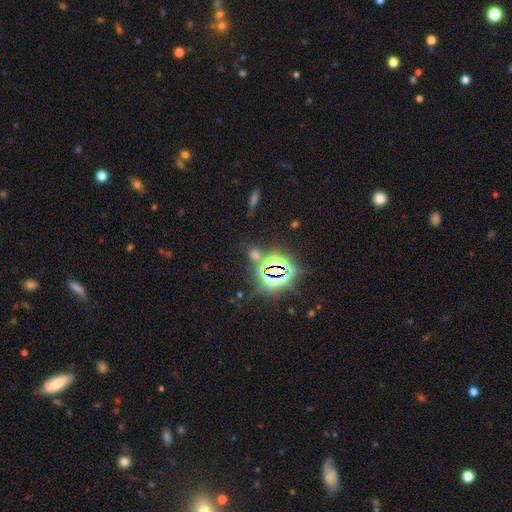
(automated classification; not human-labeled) Smooth or featured: star or artifact — 68% (smooth — 24%)